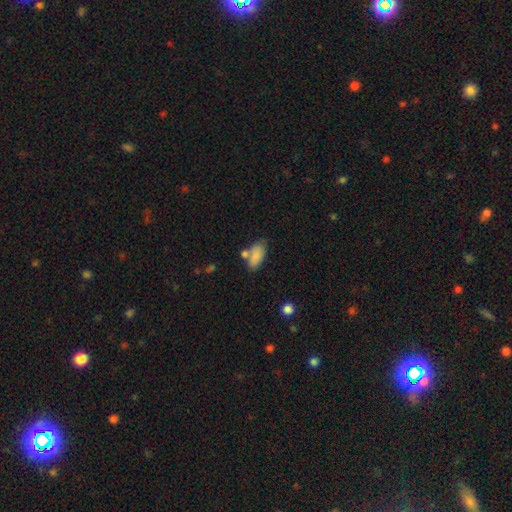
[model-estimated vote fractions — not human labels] smooth_or_featured: smooth (p=0.83) [alt: featured or disk p=0.09]
how_rounded: in between (p=0.88) [alt: cigar-shaped p=0.08]
merging: none (p=0.53) [alt: merger p=0.23]